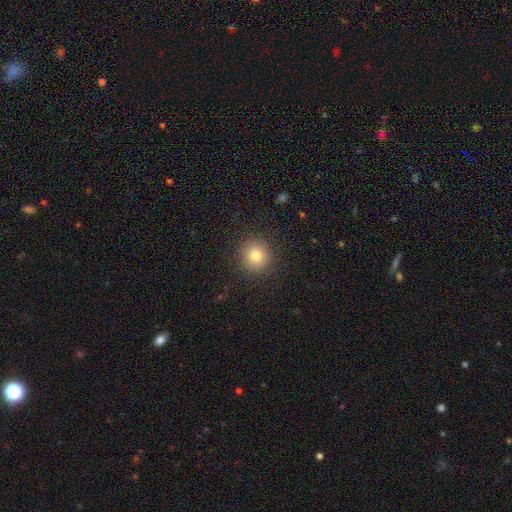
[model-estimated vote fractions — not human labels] Smooth or featured?
  - smooth: 80% *
  - star or artifact: 12%
  - featured or disk: 8%
How rounded?
  - round: 92% *
  - in between: 7%
  - cigar-shaped: 1%
Merging?
  - none: 90% *
  - minor disturbance: 6%
  - major disturbance: 3%
  - merger: 1%